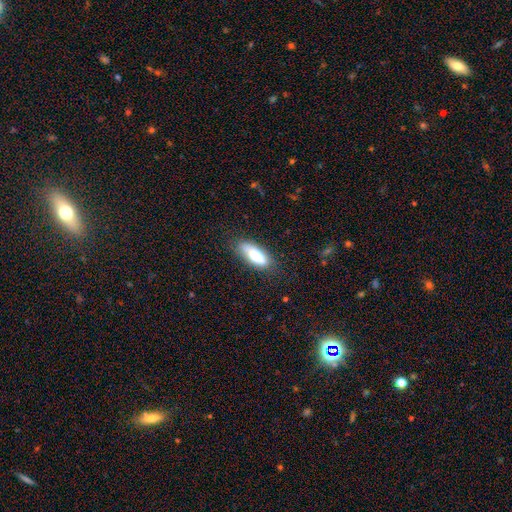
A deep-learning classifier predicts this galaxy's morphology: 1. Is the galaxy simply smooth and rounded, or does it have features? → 74% smooth, 19% featured or disk, 7% star or artifact.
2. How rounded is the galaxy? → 72% in between, 26% cigar-shaped, 2% round.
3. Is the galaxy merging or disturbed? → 74% none, 19% minor disturbance, 5% major disturbance, 2% merger.